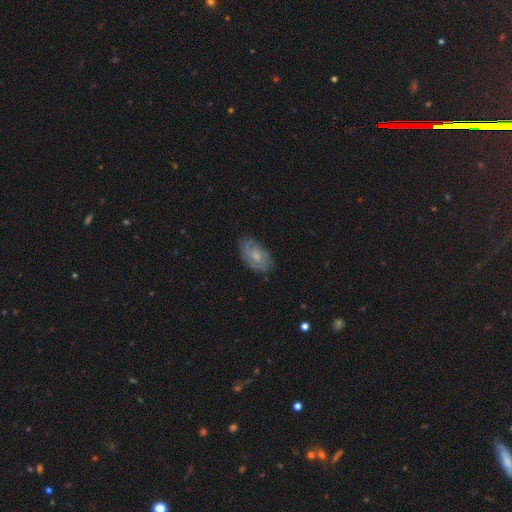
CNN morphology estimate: This appears to be a featured or disk galaxy (62%) with no bar (68%), spiral arms (84%) and a small central bulge (49%). Merging: none (73%).